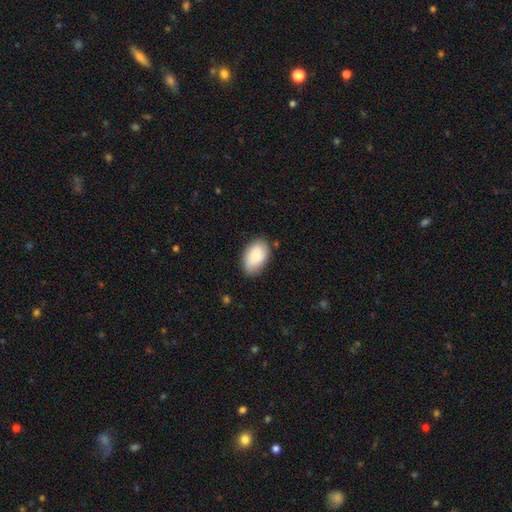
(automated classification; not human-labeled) Morphology: type=smooth (83%); roundness=in between (91%); merging=none (75%).